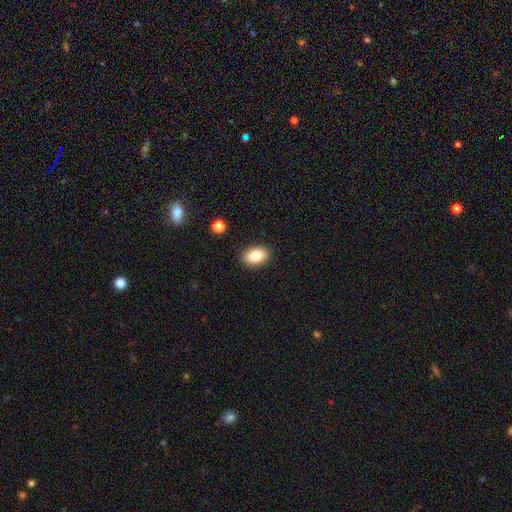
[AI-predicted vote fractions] Q: Smooth or featured?
A: smooth (84%); runner-up: featured or disk (8%)
Q: How rounded?
A: in between (88%); runner-up: round (11%)
Q: Merging?
A: none (88%); runner-up: minor disturbance (8%)